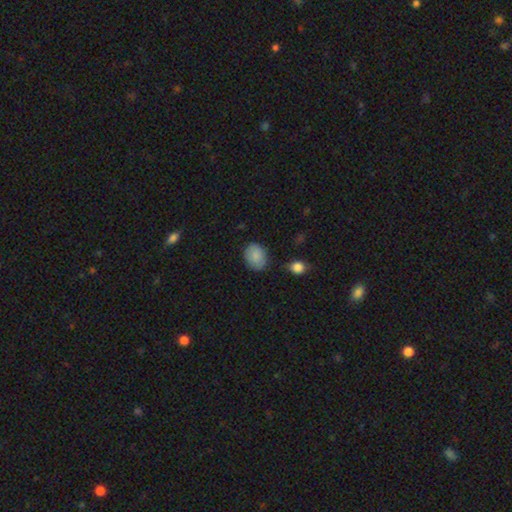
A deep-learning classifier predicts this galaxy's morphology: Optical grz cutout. It shows a smooth galaxy with no disk features (87%) that is in between round and cigar-shaped (59%). Merging: none (76%).